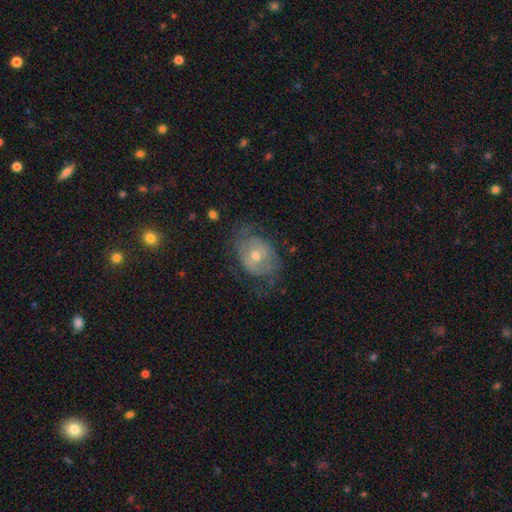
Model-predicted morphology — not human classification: Smooth or featured? featured or disk (71%)
Edge-on disk? no (96%)
Bar? no (69%)
Spiral arms? yes (80%)
Spiral winding? tight (40%)
Spiral arm count? 2 (61%)
Bulge size? moderate (57%)
Merging? none (59%)